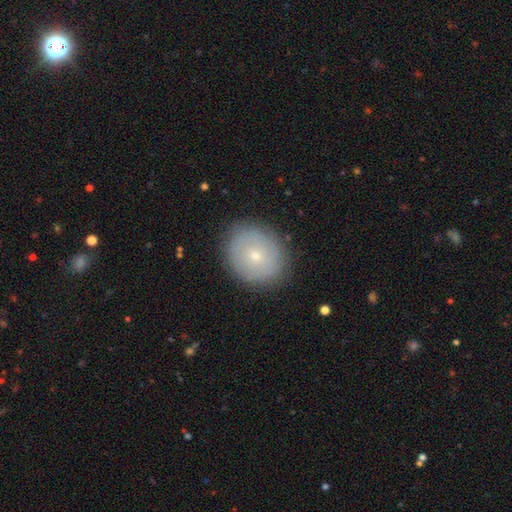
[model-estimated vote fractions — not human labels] Morphology: type=smooth (57%); roundness=round (68%); merging=none (86%).